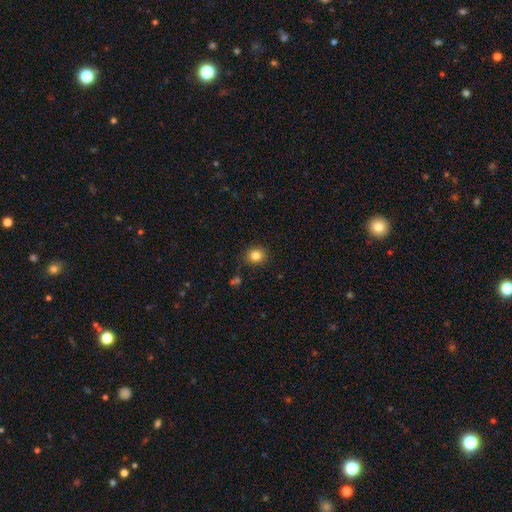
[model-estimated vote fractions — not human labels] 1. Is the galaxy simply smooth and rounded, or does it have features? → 83% smooth, 11% star or artifact, 6% featured or disk.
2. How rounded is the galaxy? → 77% round, 22% in between, 1% cigar-shaped.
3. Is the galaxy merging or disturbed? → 85% none, 11% minor disturbance, 3% major disturbance, 2% merger.